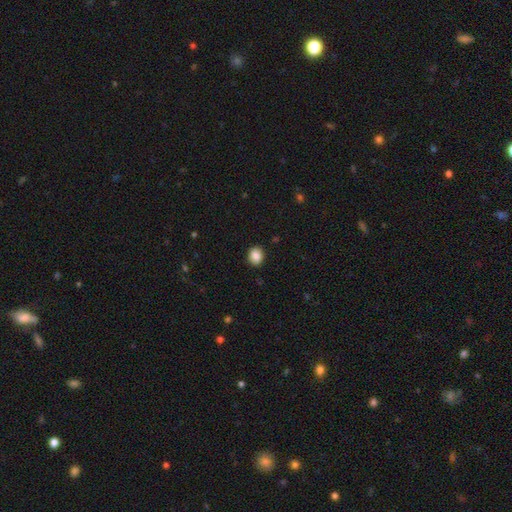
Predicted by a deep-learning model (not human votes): A smooth galaxy with no disk features (88%) that is round (58%).

Vote fractions:
- Smooth or featured? smooth: 88% / star or artifact: 9% / featured or disk: 4%
- How rounded? round: 58% / in between: 41% / cigar-shaped: 1%
- Merging? none: 89% / minor disturbance: 8% / major disturbance: 2% / merger: 1%